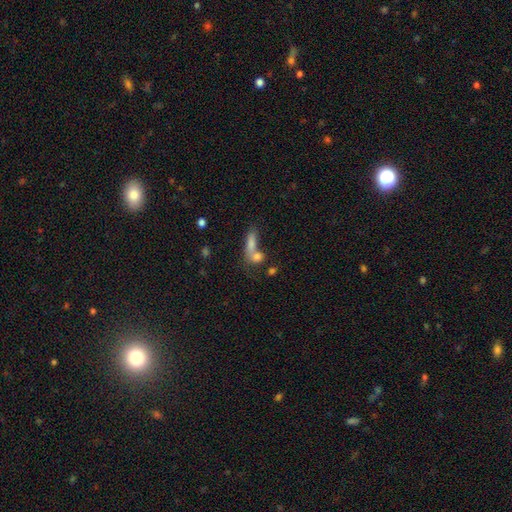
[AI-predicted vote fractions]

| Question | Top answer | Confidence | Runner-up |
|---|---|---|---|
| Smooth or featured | smooth | 69% | featured or disk (17%) |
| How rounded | in between | 53% | cigar-shaped (25%) |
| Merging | merger | 53% | none (31%) |